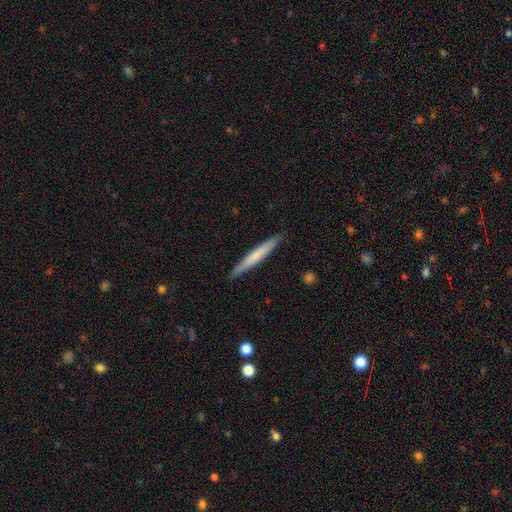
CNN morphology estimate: A smooth galaxy with no disk features (64%) that is cigar-shaped (96%).

Vote fractions:
- Smooth or featured? smooth: 64% / featured or disk: 31% / star or artifact: 5%
- How rounded? cigar-shaped: 96% / in between: 3% / round: 1%
- Merging? none: 90% / minor disturbance: 8% / major disturbance: 1% / merger: 1%